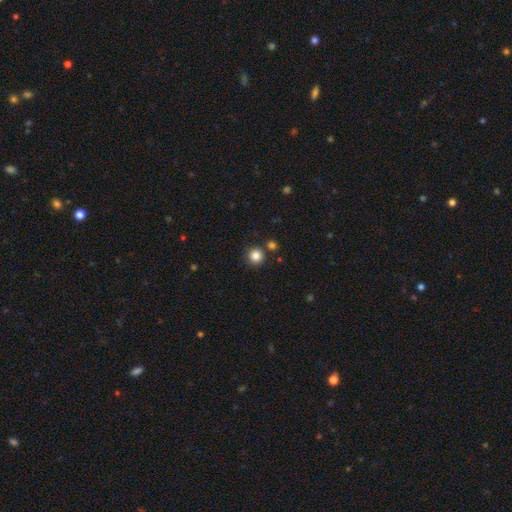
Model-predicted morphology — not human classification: Smooth or featured? smooth (84%)
How rounded? round (95%)
Merging? none (85%)